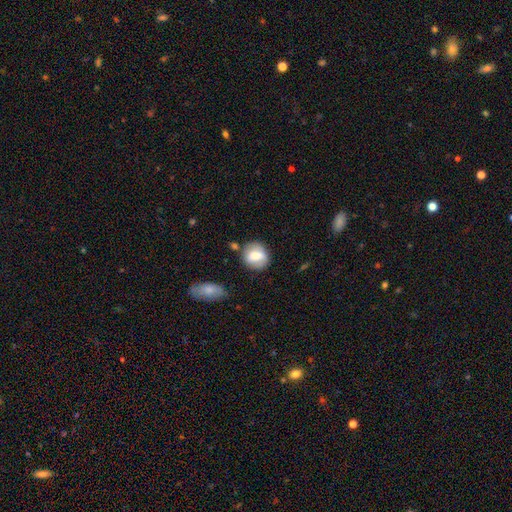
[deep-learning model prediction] Q: Smooth or featured?
A: smooth (68%); runner-up: featured or disk (25%)
Q: How rounded?
A: round (68%); runner-up: in between (30%)
Q: Merging?
A: none (69%); runner-up: minor disturbance (19%)